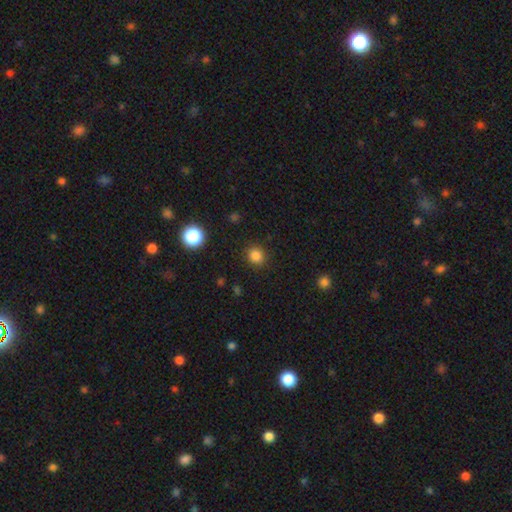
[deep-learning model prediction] The model was most divided on "smooth or featured": smooth: 83%, star or artifact: 13%, featured or disk: 4%. More confident: merging — none (89%); how rounded — round (85%).